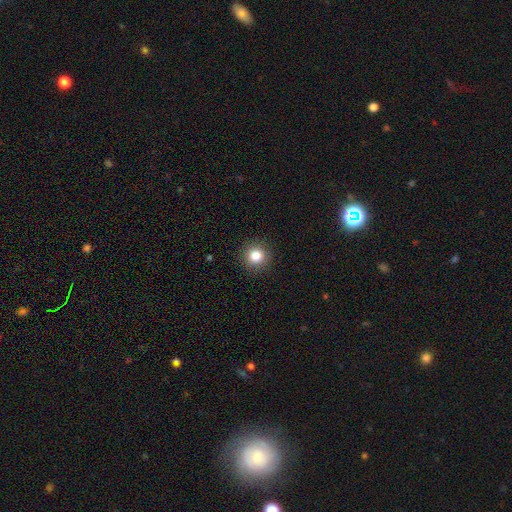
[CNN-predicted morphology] Overall: smooth (83%). How rounded: round (94%). Merging: none (92%).